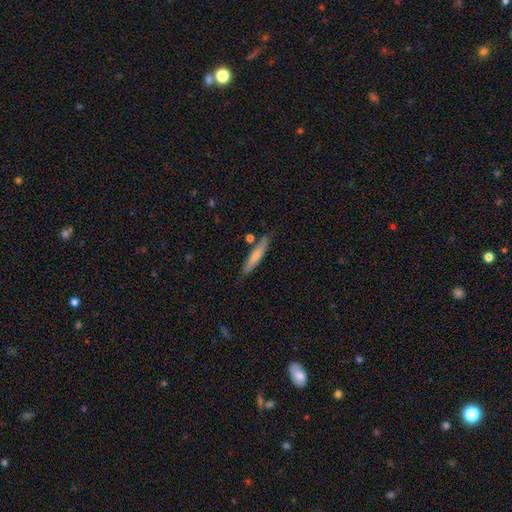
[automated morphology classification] Smooth or featured? smooth (68%)
How rounded? cigar-shaped (86%)
Merging? none (80%)